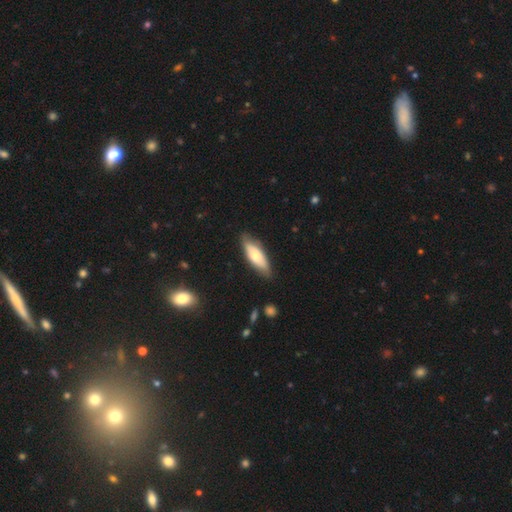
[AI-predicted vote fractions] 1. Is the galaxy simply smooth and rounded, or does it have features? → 67% smooth, 28% featured or disk, 5% star or artifact.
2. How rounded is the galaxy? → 62% in between, 36% cigar-shaped, 2% round.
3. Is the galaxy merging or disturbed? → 80% none, 16% minor disturbance, 3% major disturbance, 1% merger.